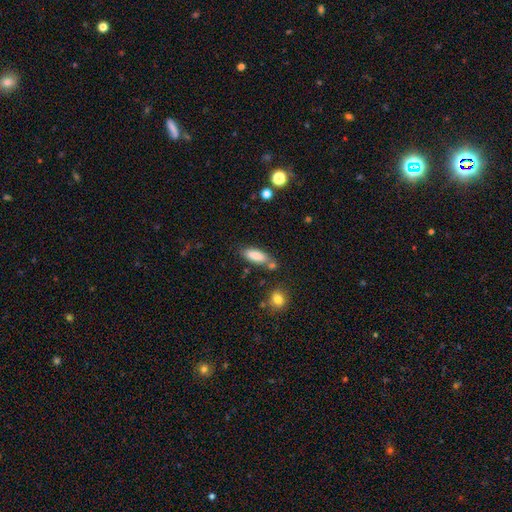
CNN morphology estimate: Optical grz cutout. It shows a smooth galaxy with no disk features (84%) that is in between round and cigar-shaped (73%). Merging: none (67%).